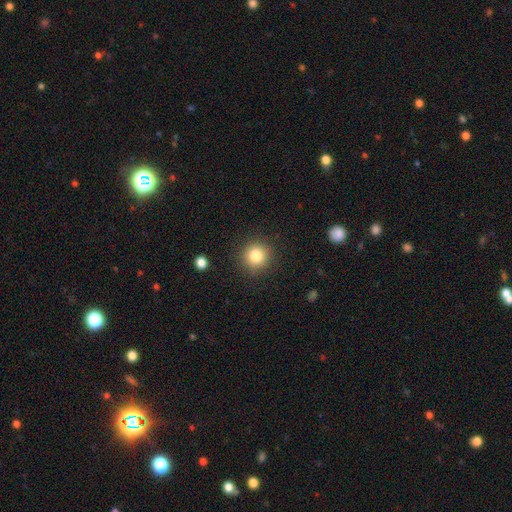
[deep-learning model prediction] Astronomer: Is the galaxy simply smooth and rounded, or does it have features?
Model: smooth — 82%.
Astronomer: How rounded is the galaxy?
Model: round — 93%.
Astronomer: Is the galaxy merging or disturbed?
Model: none — 89%.